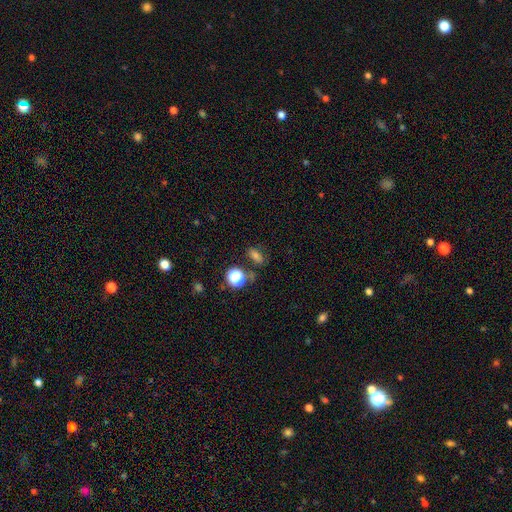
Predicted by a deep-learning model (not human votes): smooth-or-featured: smooth: 67% | star or artifact: 22% | featured or disk: 11%
  how-rounded: in between: 76% | round: 19% | cigar-shaped: 5%
  merging: none: 73% | minor disturbance: 14% | merger: 7% | major disturbance: 6%